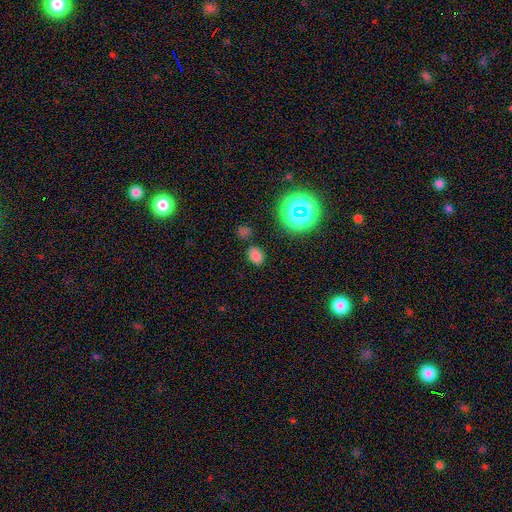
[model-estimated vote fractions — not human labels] A smooth galaxy with no disk features (70%) that is in between round and cigar-shaped (68%).

Vote fractions:
- Smooth or featured? smooth: 70% / star or artifact: 24% / featured or disk: 5%
- How rounded? in between: 68% / round: 30% / cigar-shaped: 1%
- Merging? none: 79% / minor disturbance: 11% / merger: 6% / major disturbance: 4%